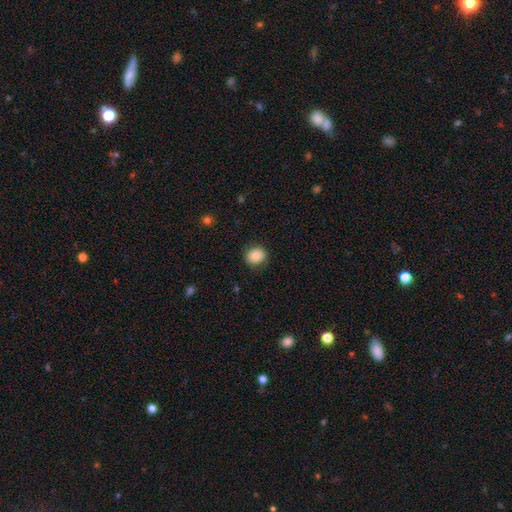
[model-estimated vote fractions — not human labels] A smooth galaxy with no disk features (81%) that is round (78%).

Vote fractions:
- Smooth or featured? smooth: 81% / featured or disk: 11% / star or artifact: 9%
- How rounded? round: 78% / in between: 21% / cigar-shaped: 1%
- Merging? none: 85% / minor disturbance: 11% / major disturbance: 3% / merger: 1%